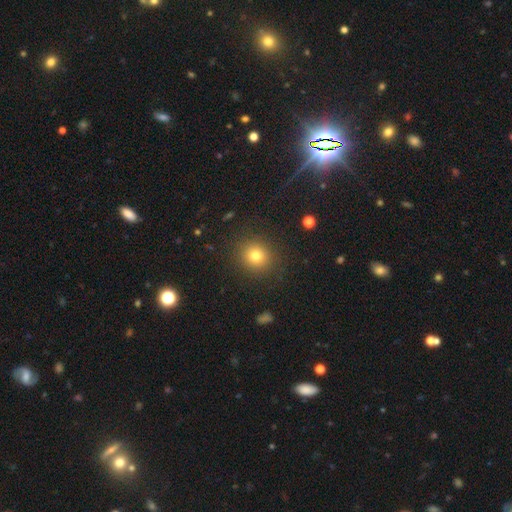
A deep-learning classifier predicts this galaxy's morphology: Smooth or featured: smooth — 78% (star or artifact — 14%)
How rounded: round — 88% (in between — 11%)
Merging: none — 89% (minor disturbance — 7%)